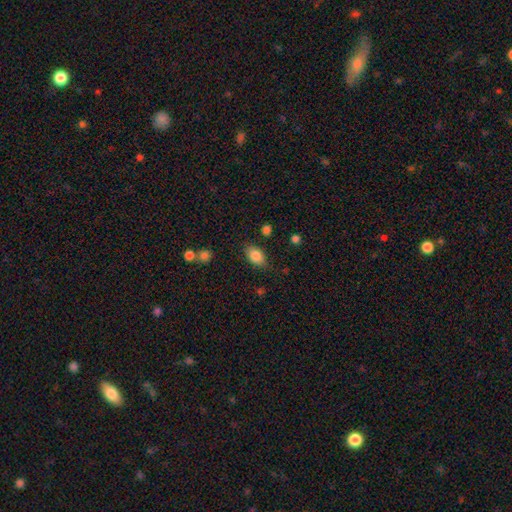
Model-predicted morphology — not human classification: Smooth or featured: smooth — 84% (star or artifact — 8%)
How rounded: in between — 88% (round — 10%)
Merging: none — 80% (minor disturbance — 14%)